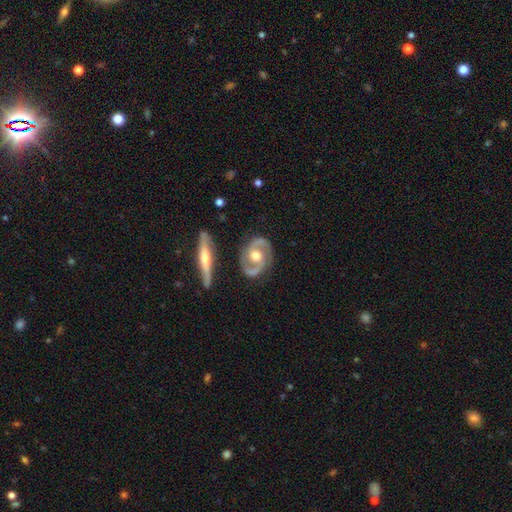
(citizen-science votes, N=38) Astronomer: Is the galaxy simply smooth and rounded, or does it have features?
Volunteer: featured or disk — 89%.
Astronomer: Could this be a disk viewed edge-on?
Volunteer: no — 76%.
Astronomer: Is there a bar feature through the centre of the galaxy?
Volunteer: no — 58% (runner-up: weak, 38%).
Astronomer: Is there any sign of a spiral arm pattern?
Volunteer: yes — 96%.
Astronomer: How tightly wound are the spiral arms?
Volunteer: medium — 48% (runner-up: loose, 44%).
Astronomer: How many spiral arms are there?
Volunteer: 2 — 96%.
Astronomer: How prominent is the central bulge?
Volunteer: moderate — 73%.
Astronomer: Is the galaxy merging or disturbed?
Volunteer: none — 71%.